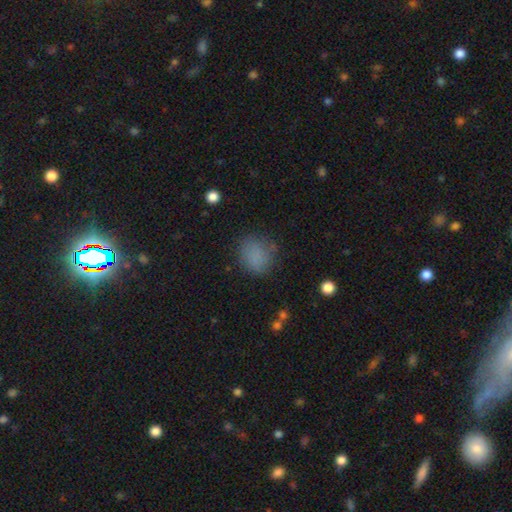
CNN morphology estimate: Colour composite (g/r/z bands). It shows a smooth galaxy with no disk features (80%) that is round (72%). Merging: none (74%).